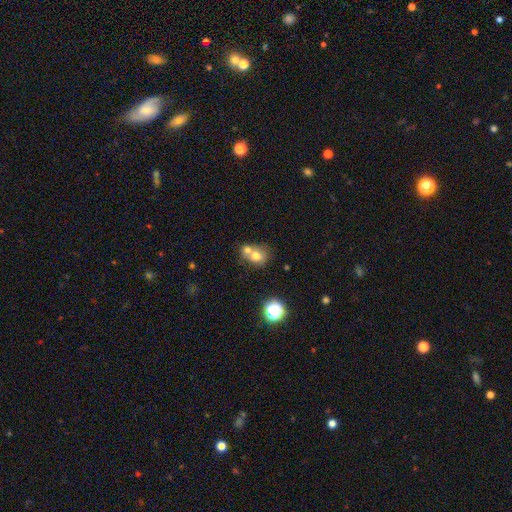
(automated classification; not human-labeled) Smooth or featured?
  - smooth: 68% *
  - featured or disk: 19%
  - star or artifact: 13%
How rounded?
  - round: 63% *
  - in between: 36%
  - cigar-shaped: 1%
Merging?
  - merger: 57% *
  - none: 31%
  - minor disturbance: 8%
  - major disturbance: 4%